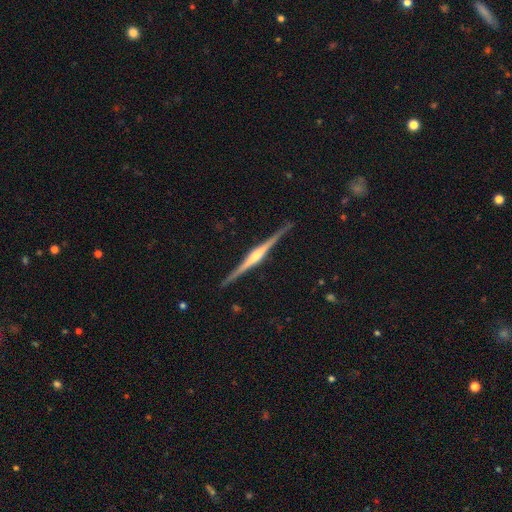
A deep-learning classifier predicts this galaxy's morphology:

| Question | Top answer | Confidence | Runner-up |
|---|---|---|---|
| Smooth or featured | featured or disk | 86% | smooth (10%) |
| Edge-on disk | yes | 99% | no (1%) |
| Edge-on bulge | rounded | 75% | boxy (15%) |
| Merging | none | 90% | minor disturbance (8%) |